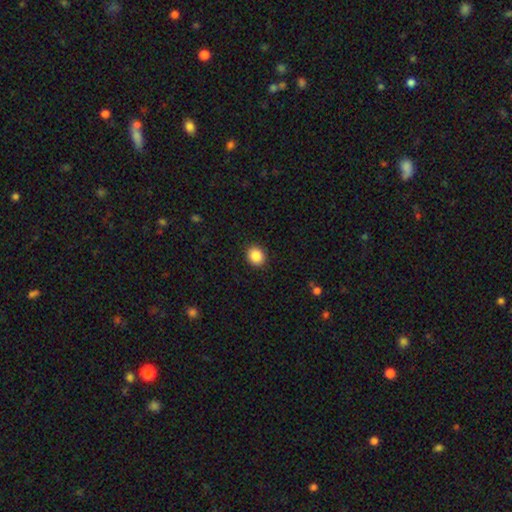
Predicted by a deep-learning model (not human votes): Smooth or featured?
  - smooth: 88% *
  - star or artifact: 9%
  - featured or disk: 3%
How rounded?
  - round: 71% *
  - in between: 28%
  - cigar-shaped: 1%
Merging?
  - none: 91% *
  - minor disturbance: 6%
  - major disturbance: 2%
  - merger: 1%